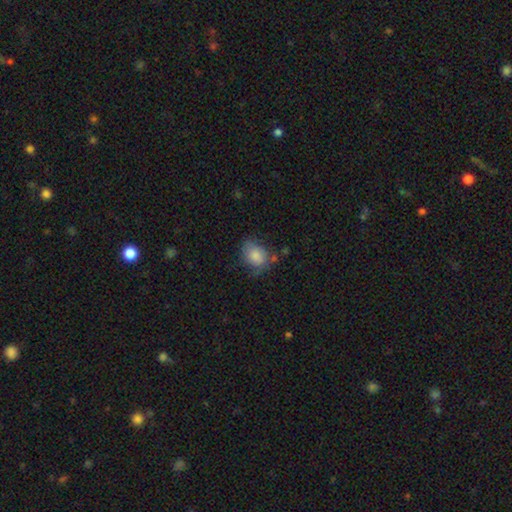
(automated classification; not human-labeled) Smooth or featured? smooth (77%)
How rounded? in between (60%)
Merging? none (52%)